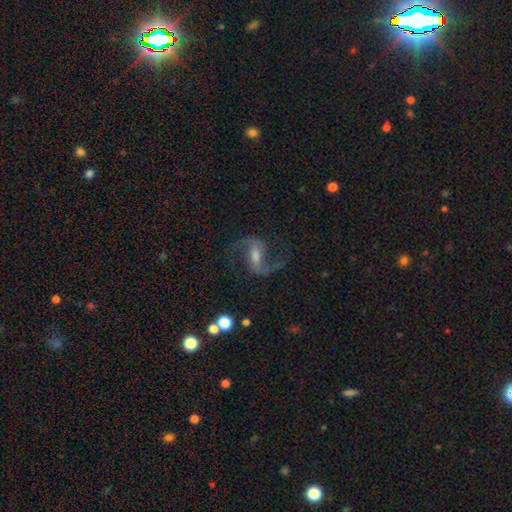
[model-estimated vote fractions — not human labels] smooth_or_featured: featured or disk (p=0.87) [alt: star or artifact p=0.07]
disk_edge_on: no (p=0.97) [alt: yes p=0.03]
bar: weak (p=0.49) [alt: strong p=0.34]
has_spiral_arms: yes (p=0.97) [alt: no p=0.03]
spiral_winding: loose (p=0.58) [alt: medium p=0.37]
spiral_arm_count: 2 (p=0.92) [alt: 1 p=0.03]
bulge_size: moderate (p=0.48) [alt: small p=0.35]
merging: none (p=0.75) [alt: minor disturbance p=0.13]